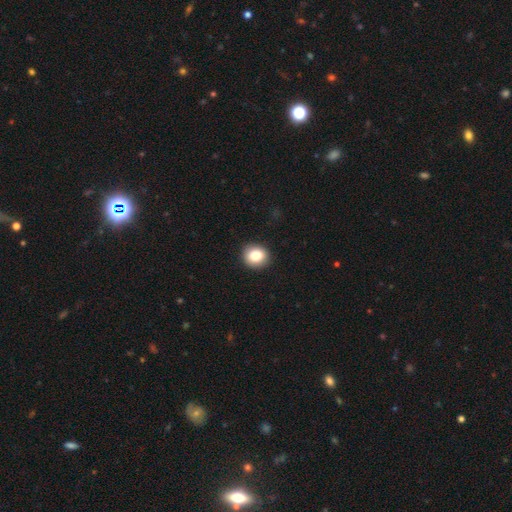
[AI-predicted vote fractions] Smooth or featured: smooth — 82% (star or artifact — 9%)
How rounded: round — 82% (in between — 17%)
Merging: none — 92% (minor disturbance — 6%)